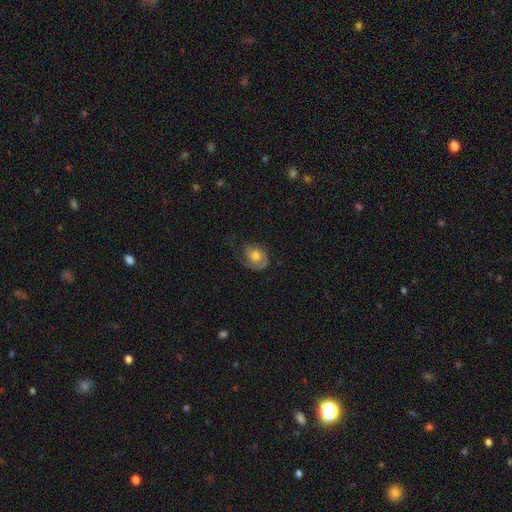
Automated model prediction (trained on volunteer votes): Q: Smooth or featured?
A: featured or disk (58%); runner-up: smooth (35%)
Q: Edge-on disk?
A: no (96%); runner-up: yes (4%)
Q: Bar?
A: no (79%); runner-up: weak (18%)
Q: Spiral arms?
A: yes (86%); runner-up: no (14%)
Q: Bulge size?
A: moderate (63%); runner-up: small (23%)
Q: Merging?
A: none (49%); runner-up: major disturbance (25%)